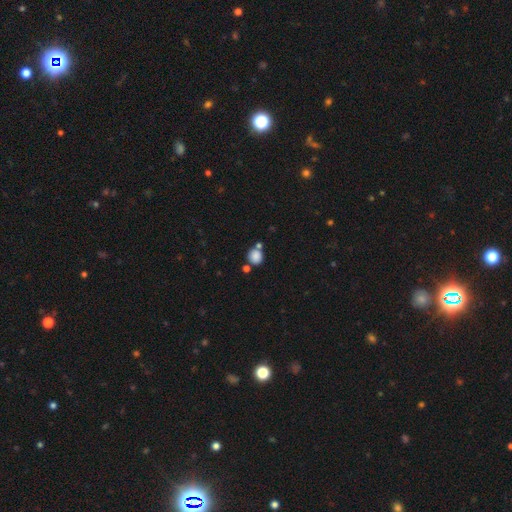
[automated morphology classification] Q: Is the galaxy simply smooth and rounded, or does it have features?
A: smooth — 84%.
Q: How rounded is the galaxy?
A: round — 84%.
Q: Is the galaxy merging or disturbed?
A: none — 66%.